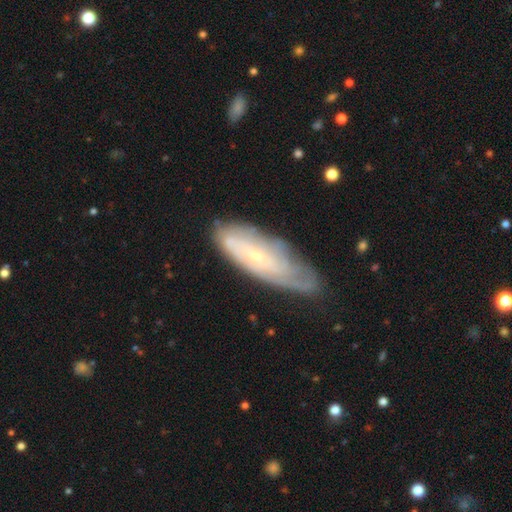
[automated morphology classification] Smooth or featured: featured or disk — 65% (smooth — 28%)
Edge-on disk: no — 81% (yes — 19%)
Bar: no — 65% (weak — 28%)
Spiral arms: yes — 77% (no — 23%)
Bulge size: small — 76% (moderate — 20%)
Merging: none — 60% (minor disturbance — 29%)